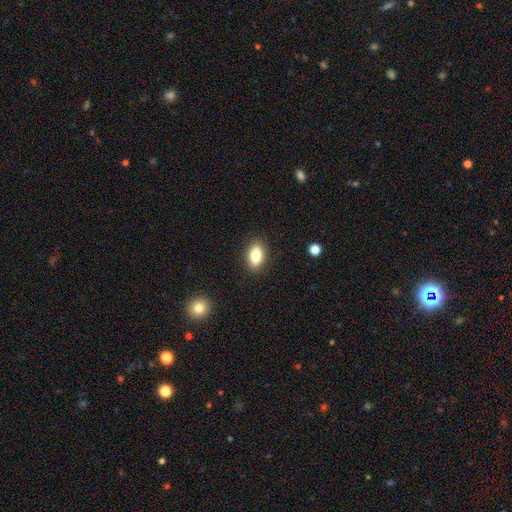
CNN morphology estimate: Overall: smooth (81%). How rounded: in between (86%). Merging: none (87%).